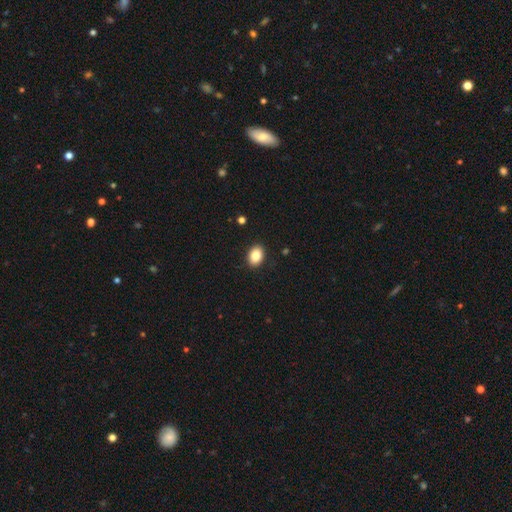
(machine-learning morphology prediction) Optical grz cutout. It shows a smooth galaxy with no disk features (85%) that is in between round and cigar-shaped (75%). Merging: none (90%).